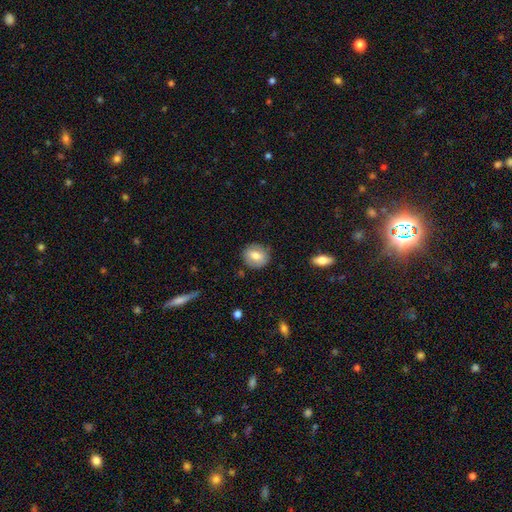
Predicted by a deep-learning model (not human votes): This is likely a smooth galaxy (74%). How rounded: likely round (72%). Merging: clearly none (84%).